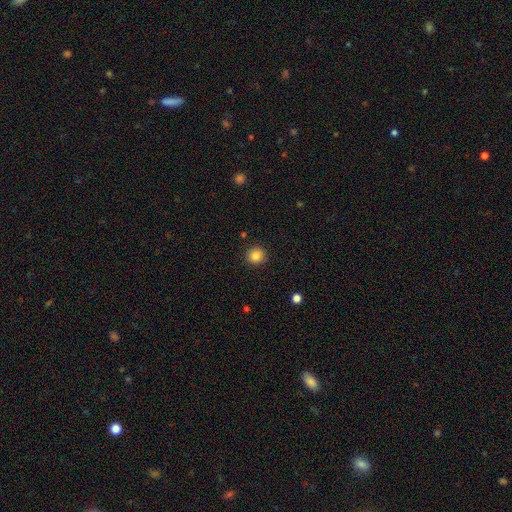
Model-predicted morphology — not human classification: Q: Smooth or featured?
A: smooth (85%); runner-up: star or artifact (10%)
Q: How rounded?
A: round (90%); runner-up: in between (9%)
Q: Merging?
A: none (91%); runner-up: minor disturbance (6%)